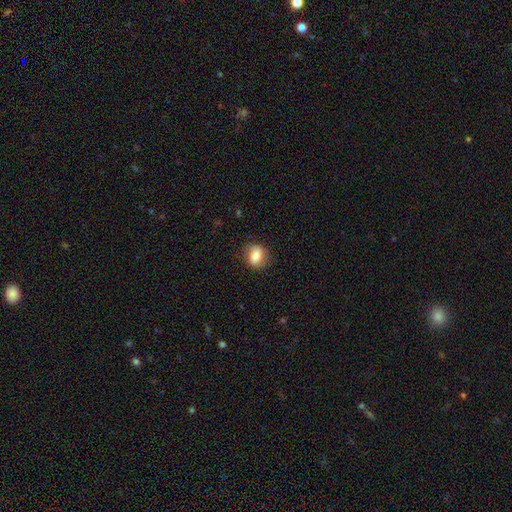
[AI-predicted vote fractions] A smooth galaxy with no disk features (76%) that is in between round and cigar-shaped (51%). Merging: none (80%).